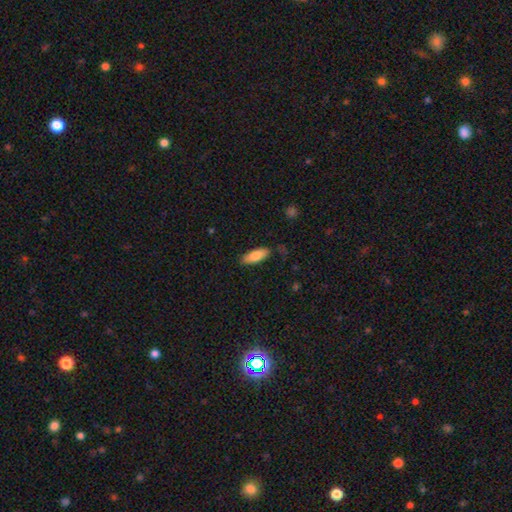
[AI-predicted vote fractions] The model was most divided on "how rounded": in between: 66%, cigar-shaped: 32%, round: 2%. More confident: merging — none (84%); smooth or featured — smooth (81%).